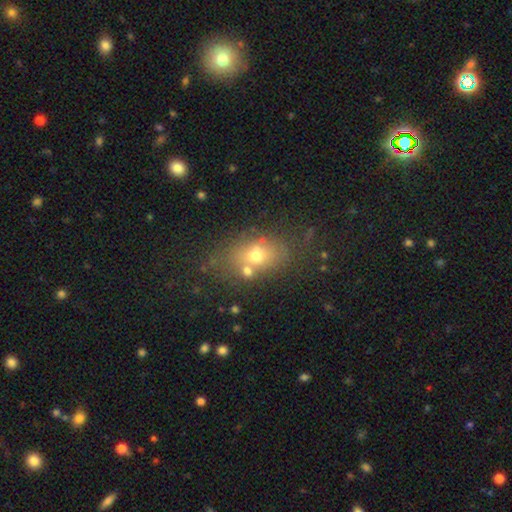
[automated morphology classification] A smooth galaxy with no disk features (64%) that is in between round and cigar-shaped (70%).

Vote fractions:
- Smooth or featured? smooth: 64% / featured or disk: 21% / star or artifact: 16%
- How rounded? in between: 70% / round: 27% / cigar-shaped: 3%
- Merging? none: 62% / merger: 16% / minor disturbance: 15% / major disturbance: 7%